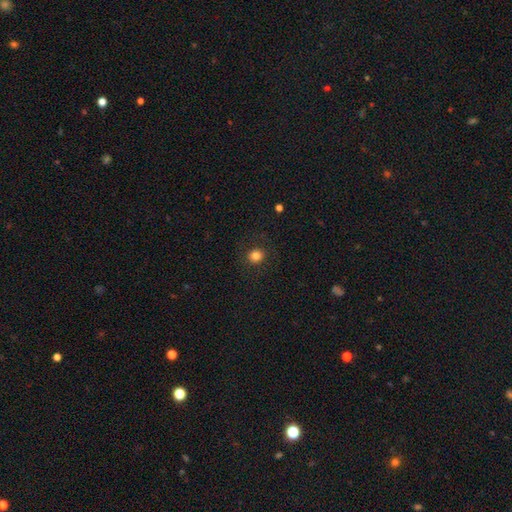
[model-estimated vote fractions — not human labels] The model was most divided on "smooth or featured": smooth: 82%, star or artifact: 12%, featured or disk: 6%. More confident: merging — none (88%); how rounded — round (88%).